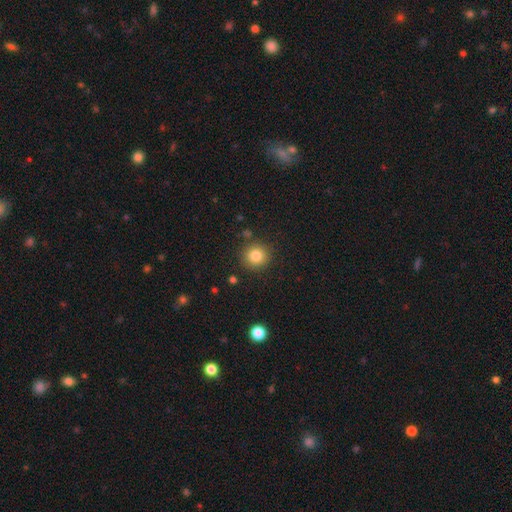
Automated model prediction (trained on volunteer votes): Smooth or featured? Predicted: smooth (p=0.82). How rounded? Predicted: round (p=0.93). Merging? Predicted: none (p=0.88).